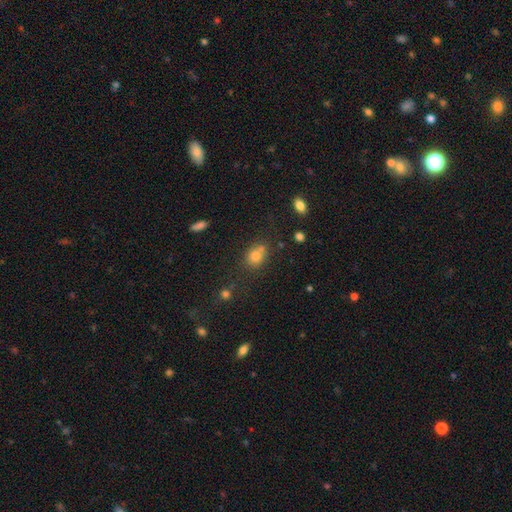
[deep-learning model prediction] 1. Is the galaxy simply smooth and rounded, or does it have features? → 73% smooth, 16% star or artifact, 11% featured or disk.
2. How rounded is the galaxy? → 53% round, 45% in between, 2% cigar-shaped.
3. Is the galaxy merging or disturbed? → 48% none, 31% merger, 15% minor disturbance, 6% major disturbance.